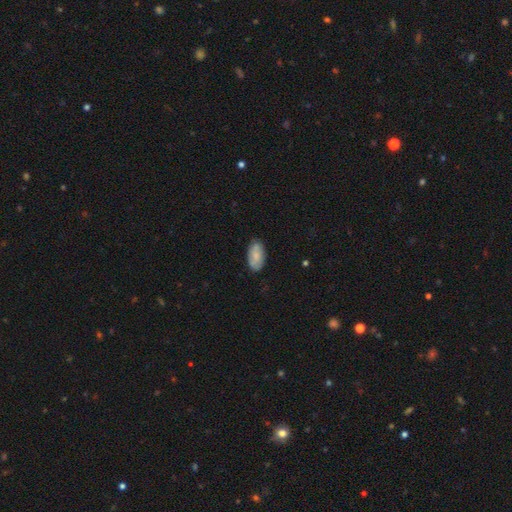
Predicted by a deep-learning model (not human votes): smooth_or_featured: smooth (p=0.72) [alt: featured or disk p=0.21]
how_rounded: in between (p=0.93) [alt: cigar-shaped p=0.04]
merging: none (p=0.79) [alt: minor disturbance p=0.17]